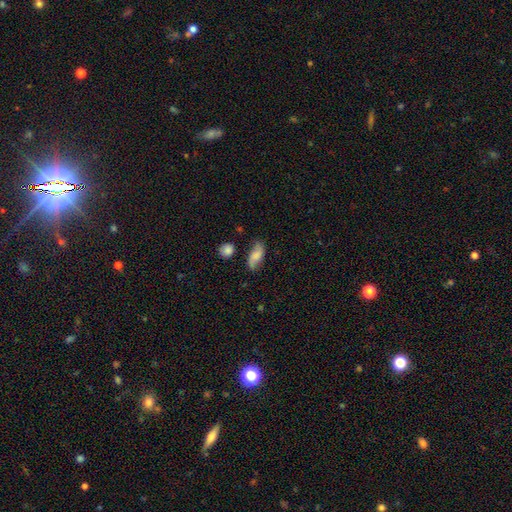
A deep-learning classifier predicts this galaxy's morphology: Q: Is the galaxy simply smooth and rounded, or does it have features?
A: smooth — 51%.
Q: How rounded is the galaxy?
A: in between — 84%.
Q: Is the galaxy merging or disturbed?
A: none — 67%.